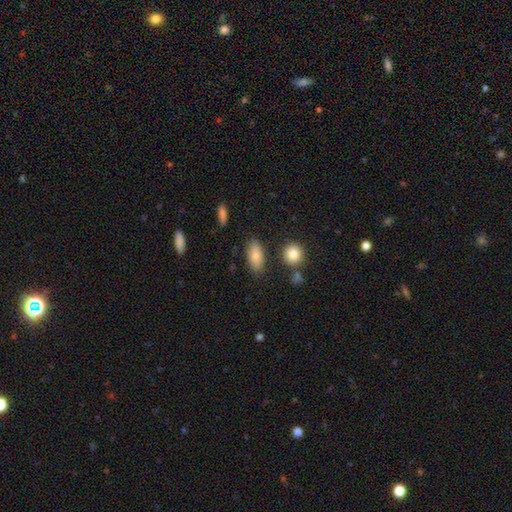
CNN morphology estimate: Smooth or featured? Predicted: smooth (p=0.81). How rounded? Predicted: in between (p=0.89). Merging? Predicted: none (p=0.80).